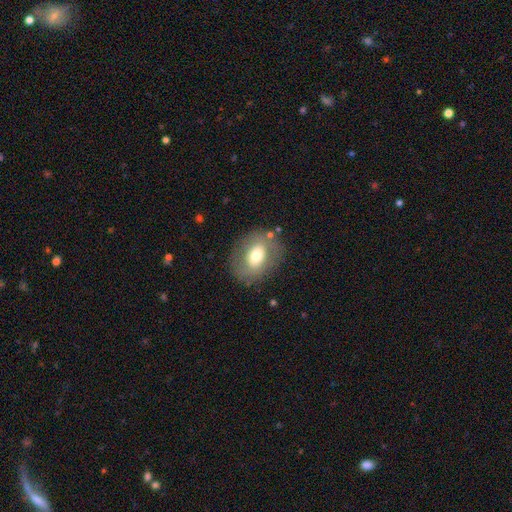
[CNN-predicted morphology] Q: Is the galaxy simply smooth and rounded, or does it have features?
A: smooth — 59%.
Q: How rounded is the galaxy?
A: in between — 55%.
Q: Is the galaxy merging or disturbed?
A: none — 78%.